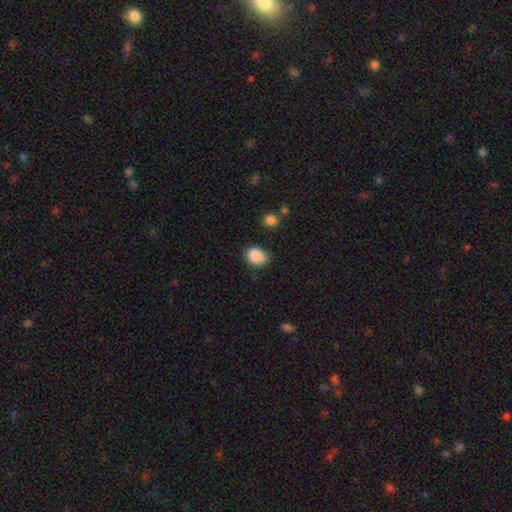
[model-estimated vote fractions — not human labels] smooth 88%, star or artifact 9%, featured or disk 3%. Down the decision tree: how rounded — in between (54%); merging — none (73%).